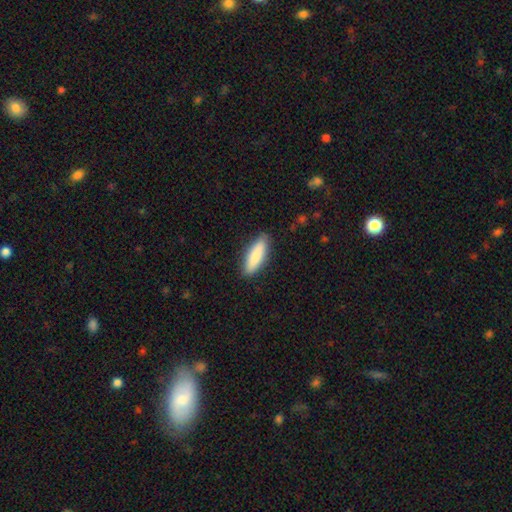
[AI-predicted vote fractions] The model was most divided on "how rounded": cigar-shaped: 52%, in between: 46%, round: 2%. More confident: merging — none (88%); smooth or featured — smooth (85%).